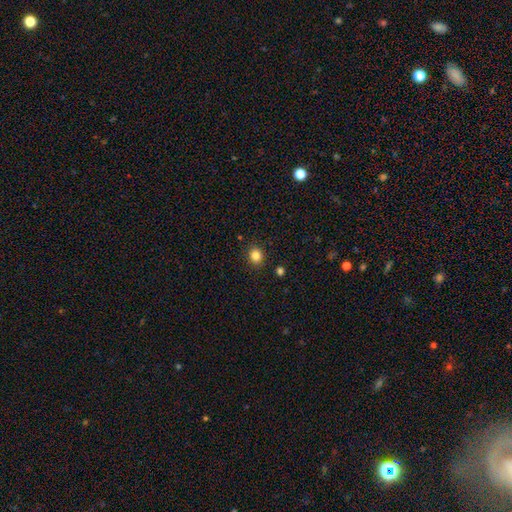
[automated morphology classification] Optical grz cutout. It shows a smooth galaxy with no disk features (83%) that is round (75%). Merging: none (90%).